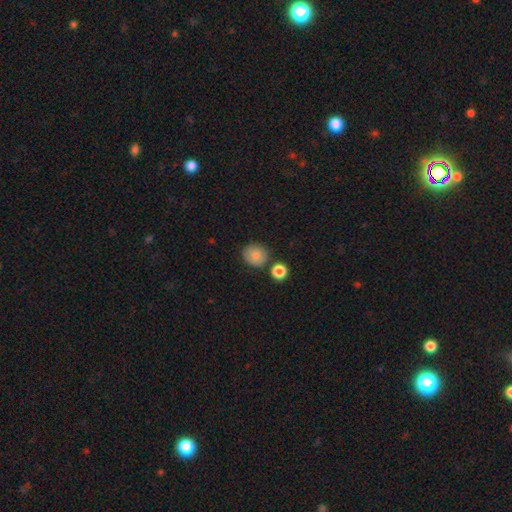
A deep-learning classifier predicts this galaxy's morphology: smooth_or_featured: smooth (p=0.80) [alt: featured or disk p=0.11]
how_rounded: round (p=0.84) [alt: in between p=0.15]
merging: none (p=0.77) [alt: minor disturbance p=0.12]